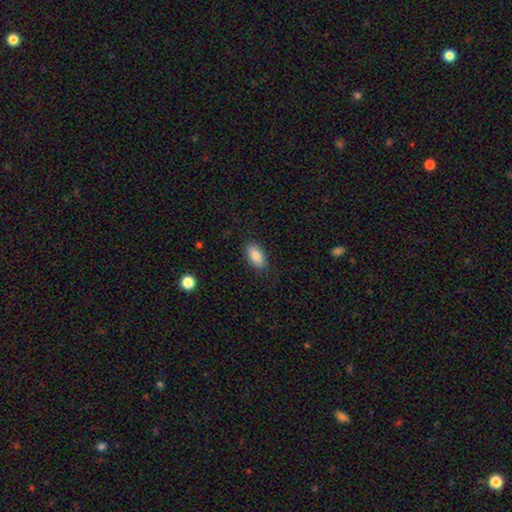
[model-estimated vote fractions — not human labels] A smooth galaxy with no disk features (87%) that is in between round and cigar-shaped (92%).

Vote fractions:
- Smooth or featured? smooth: 87% / star or artifact: 7% / featured or disk: 6%
- How rounded? in between: 92% / cigar-shaped: 5% / round: 3%
- Merging? none: 87% / minor disturbance: 9% / major disturbance: 2% / merger: 1%